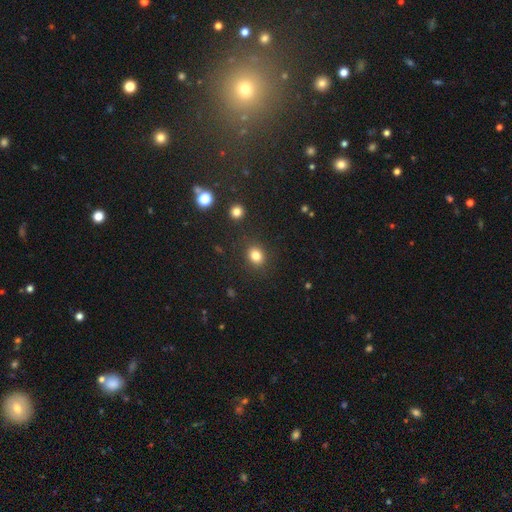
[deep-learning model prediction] A smooth galaxy with no disk features (82%) that is round (60%). Merging: none (86%).